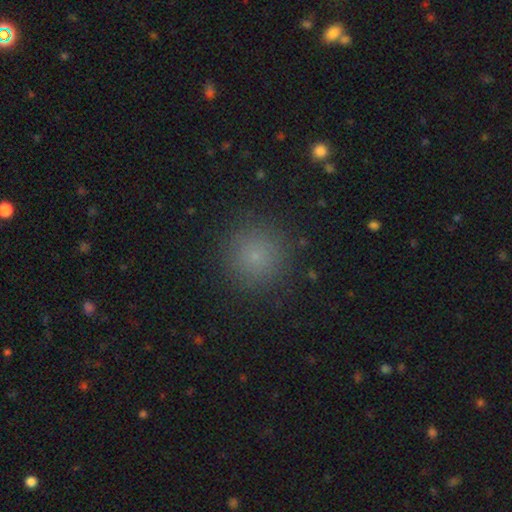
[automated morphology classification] smooth_or_featured: smooth (p=0.76) [alt: star or artifact p=0.17]
how_rounded: round (p=0.95) [alt: in between p=0.04]
merging: none (p=0.90) [alt: minor disturbance p=0.06]